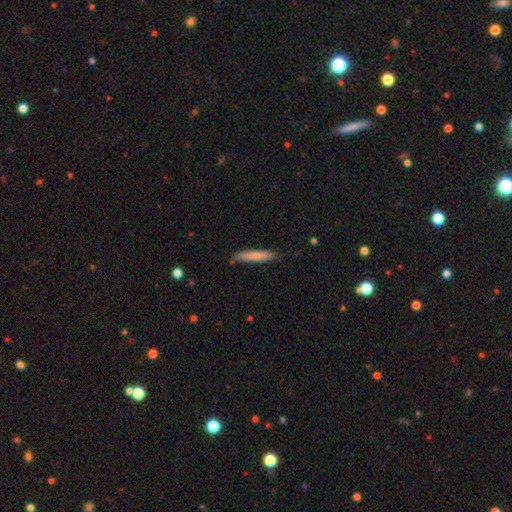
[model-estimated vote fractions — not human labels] smooth_or_featured: smooth (p=0.77) [alt: featured or disk p=0.17]
how_rounded: cigar-shaped (p=0.92) [alt: in between p=0.07]
merging: none (p=0.86) [alt: minor disturbance p=0.11]